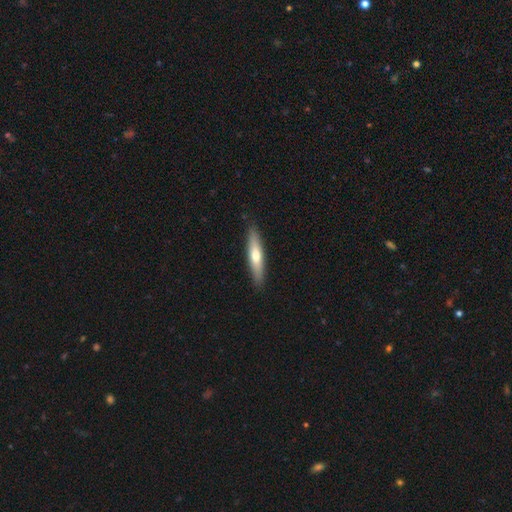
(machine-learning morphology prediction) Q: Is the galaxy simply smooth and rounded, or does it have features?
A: smooth — 57%.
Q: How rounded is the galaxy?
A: cigar-shaped — 82%.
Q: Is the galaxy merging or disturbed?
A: none — 89%.